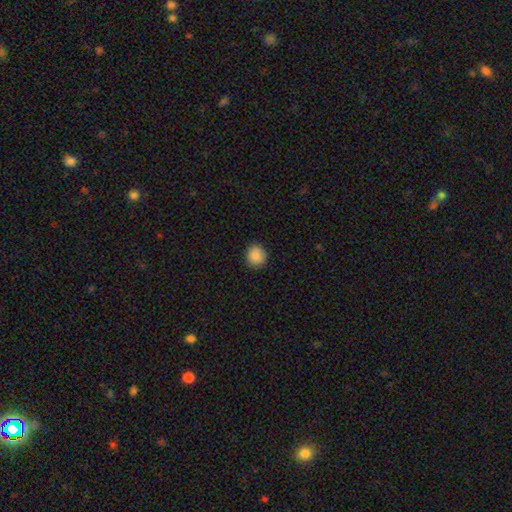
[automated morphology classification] Smooth or featured?
  - smooth: 88% *
  - star or artifact: 9%
  - featured or disk: 3%
How rounded?
  - round: 89% *
  - in between: 10%
  - cigar-shaped: 1%
Merging?
  - none: 89% *
  - minor disturbance: 8%
  - major disturbance: 2%
  - merger: 1%